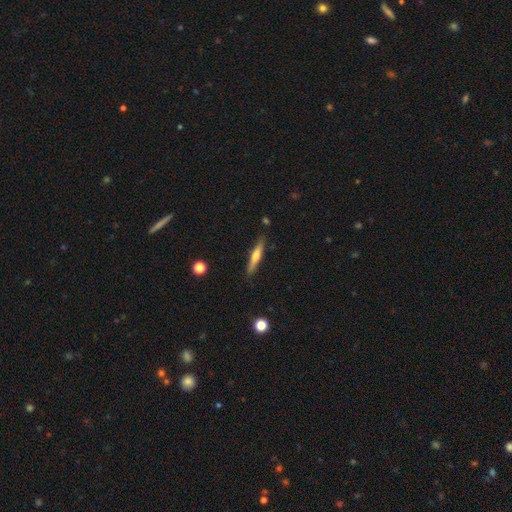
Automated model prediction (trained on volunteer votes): This is possibly a featured or disk galaxy (47%). Merging: clearly none (87%).